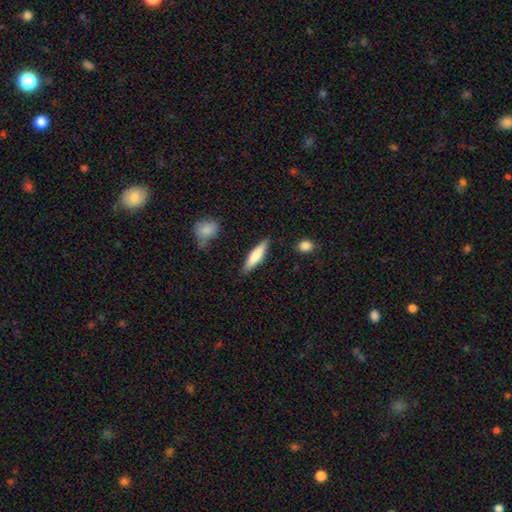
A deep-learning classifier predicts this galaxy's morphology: Smooth or featured?
  - smooth: 69% *
  - featured or disk: 26%
  - star or artifact: 6%
How rounded?
  - cigar-shaped: 79% *
  - in between: 19%
  - round: 2%
Merging?
  - none: 85% *
  - minor disturbance: 10%
  - major disturbance: 2%
  - merger: 2%